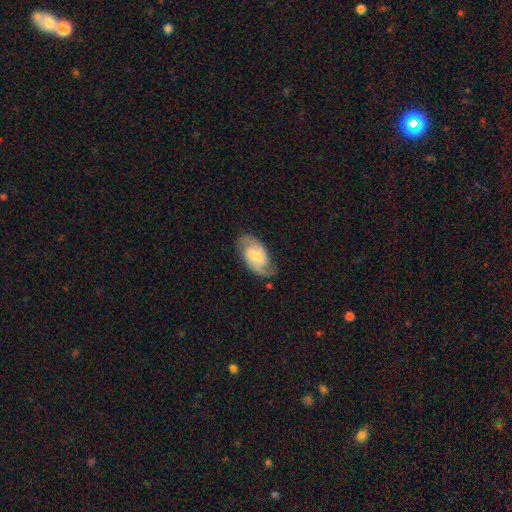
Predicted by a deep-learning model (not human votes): Smooth or featured: featured or disk — 79% (smooth — 16%)
Edge-on disk: no — 97% (yes — 3%)
Bar: weak — 52% (no — 32%)
Spiral arms: yes — 95% (no — 5%)
Spiral winding: medium — 51% (loose — 24%)
Spiral arm count: 2 — 91% (can't tell — 4%)
Bulge size: moderate — 45% (small — 42%)
Merging: none — 79% (minor disturbance — 15%)